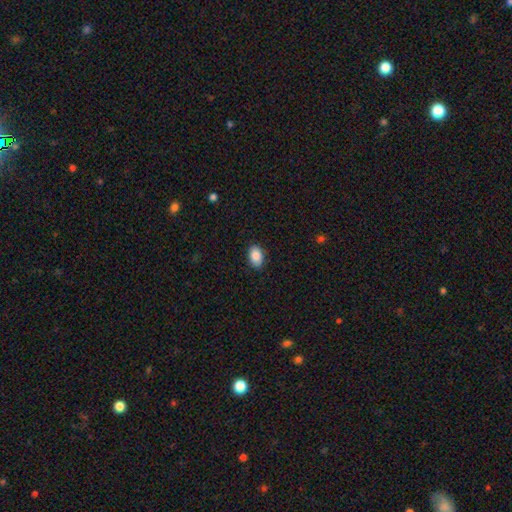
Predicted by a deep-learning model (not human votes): Smooth or featured? Predicted: smooth (p=0.87). How rounded? Predicted: in between (p=0.86). Merging? Predicted: none (p=0.88).